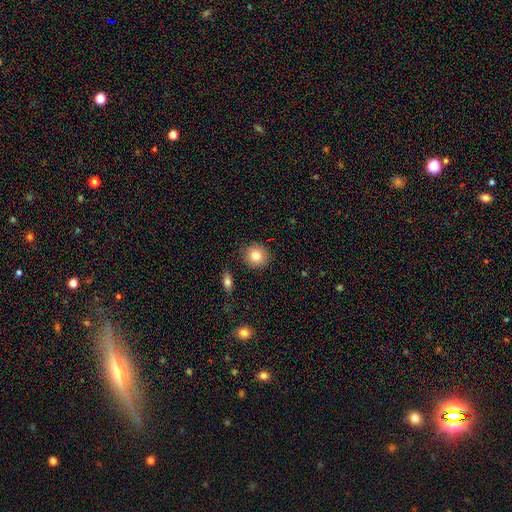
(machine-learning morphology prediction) smooth 85%, star or artifact 8%, featured or disk 7%. Down the decision tree: how rounded — round (84%); merging — none (86%).